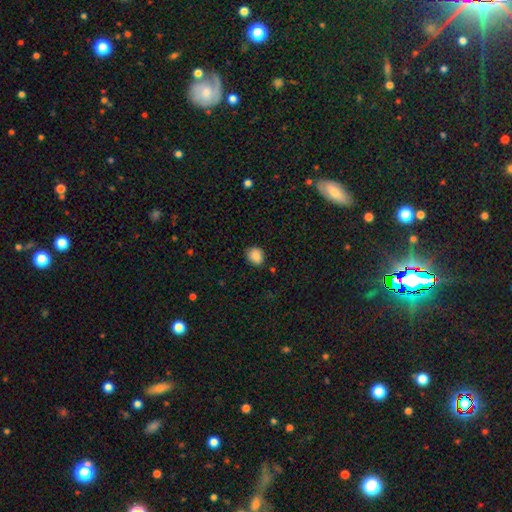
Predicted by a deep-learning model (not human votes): A smooth galaxy with no disk features (87%) that is round (55%).

Vote fractions:
- Smooth or featured? smooth: 87% / star or artifact: 9% / featured or disk: 4%
- How rounded? round: 55% / in between: 44% / cigar-shaped: 1%
- Merging? none: 80% / minor disturbance: 15% / major disturbance: 3% / merger: 2%